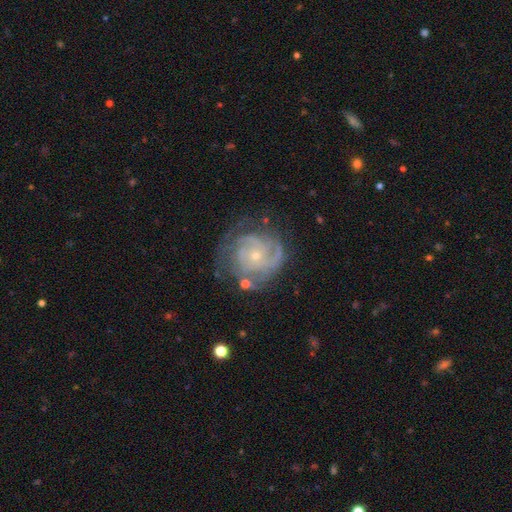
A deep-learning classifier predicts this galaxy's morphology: The model was most divided on "spiral arm count": can't tell: 31%, 3: 25%, 2: 19%, 4: 13%, 1: 6%, more than 4: 6%. More confident: edge-on disk — no (98%); spiral arms — yes (93%); smooth or featured — featured or disk (84%); bulge size — small (79%); bar — no (78%); spiral winding — tight (67%); merging — none (63%).